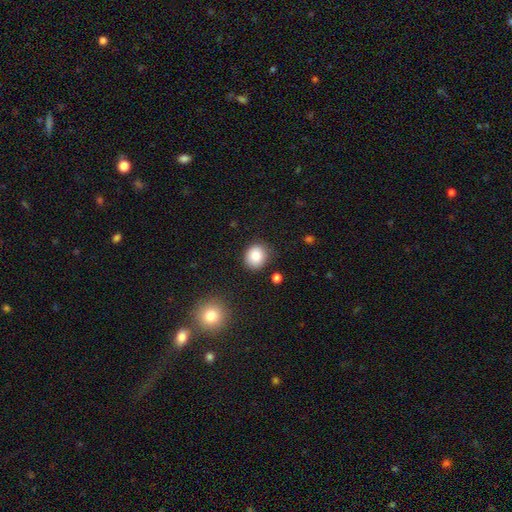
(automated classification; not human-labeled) smooth 81%, star or artifact 10%, featured or disk 8%. Down the decision tree: how rounded — round (79%); merging — none (86%).